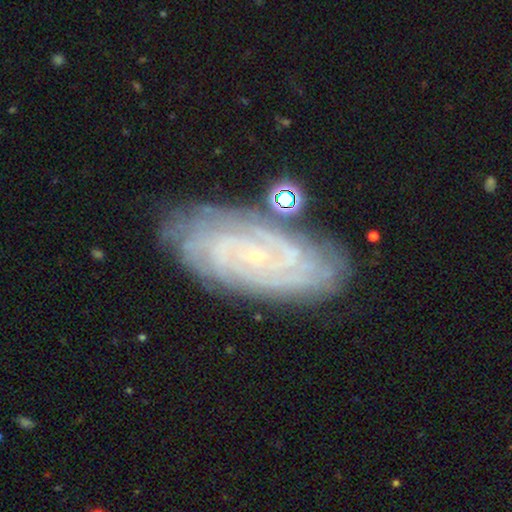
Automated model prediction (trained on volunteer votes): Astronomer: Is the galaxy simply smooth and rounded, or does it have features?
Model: featured or disk — 86%.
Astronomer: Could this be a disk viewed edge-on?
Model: no — 94%.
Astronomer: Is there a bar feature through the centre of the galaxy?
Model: no — 68%.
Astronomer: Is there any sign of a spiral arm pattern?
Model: yes — 97%.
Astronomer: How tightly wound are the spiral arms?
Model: tight — 80%.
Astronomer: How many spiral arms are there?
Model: can't tell — 28% (runner-up: 2, 23%).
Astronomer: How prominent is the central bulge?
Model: small — 87%.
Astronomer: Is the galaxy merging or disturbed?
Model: none — 77%.